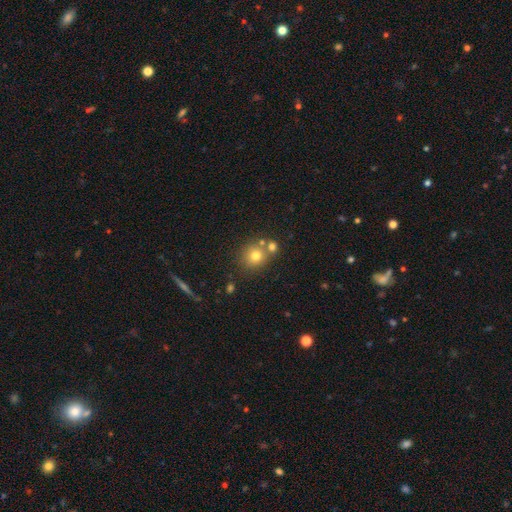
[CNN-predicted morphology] This appears to be a smooth galaxy with no disk features (74%) that is round (85%). Merging: none (65%).